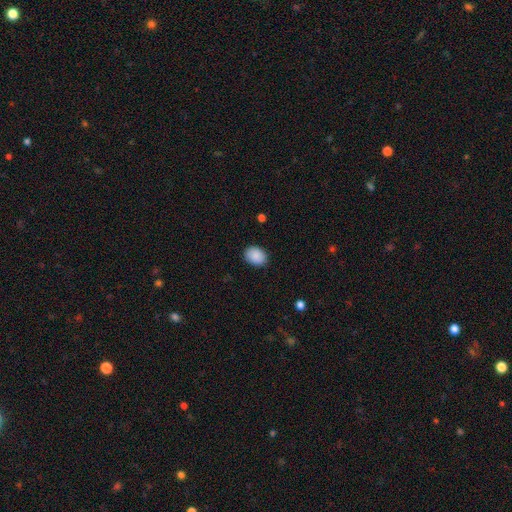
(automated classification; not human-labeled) The model was most divided on "how rounded": in between: 63%, round: 36%, cigar-shaped: 1%. More confident: smooth or featured — smooth (90%); merging — none (88%).